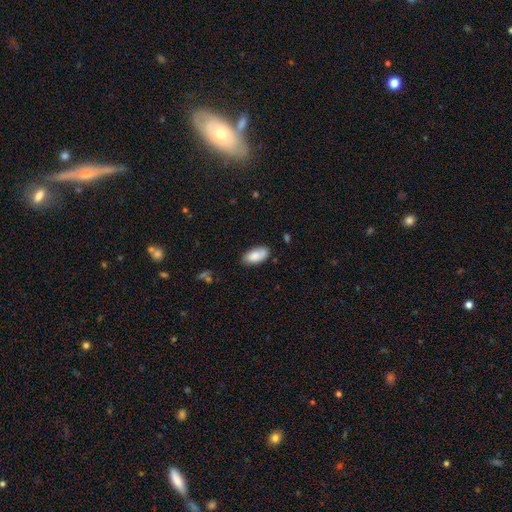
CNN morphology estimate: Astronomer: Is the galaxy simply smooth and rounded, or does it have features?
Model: smooth — 80%.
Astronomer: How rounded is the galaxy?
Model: in between — 92%.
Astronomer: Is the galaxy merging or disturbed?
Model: none — 75%.